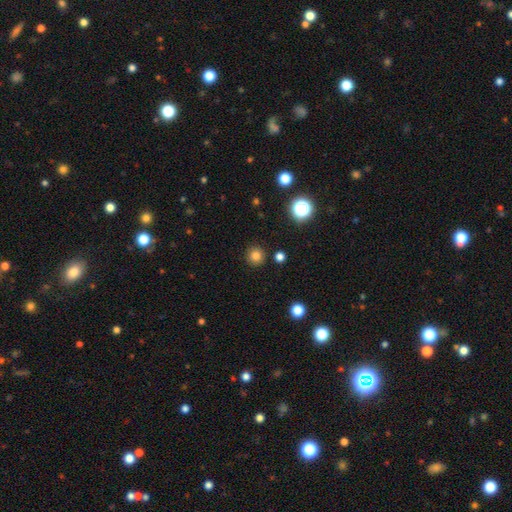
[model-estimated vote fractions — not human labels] The model was most divided on "smooth or featured": smooth: 81%, star or artifact: 14%, featured or disk: 5%. More confident: how rounded — round (94%); merging — none (90%).